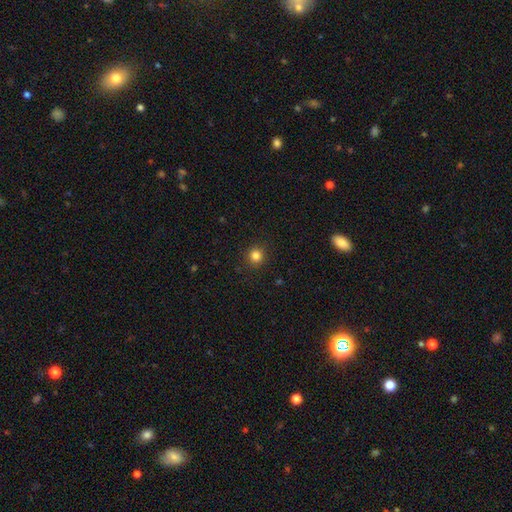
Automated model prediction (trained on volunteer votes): Q: Smooth or featured?
A: smooth (83%); runner-up: star or artifact (12%)
Q: How rounded?
A: round (92%); runner-up: in between (7%)
Q: Merging?
A: none (91%); runner-up: minor disturbance (6%)